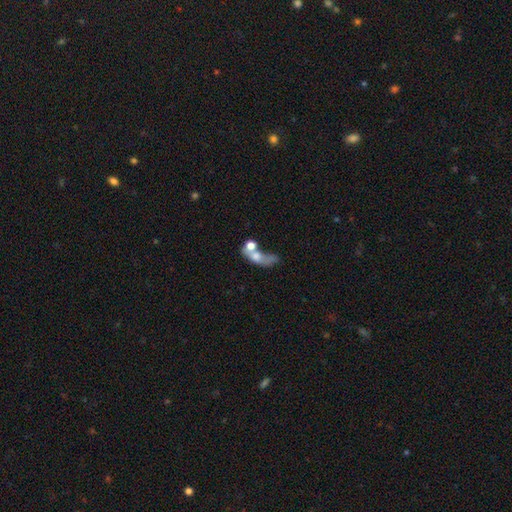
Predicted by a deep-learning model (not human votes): Morphology: type=smooth (57%); roundness=in between (59%); merging=merger (58%).